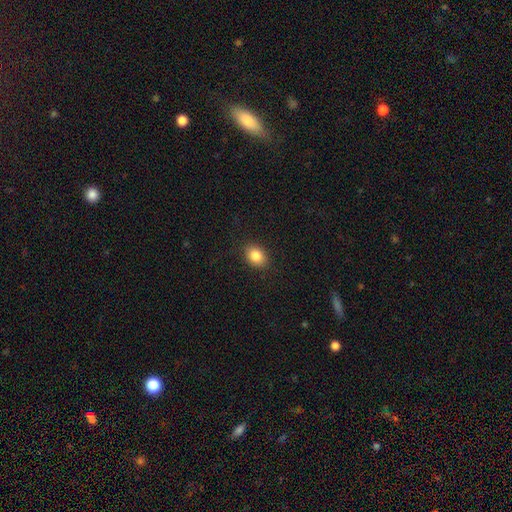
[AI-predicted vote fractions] Morphology: type=smooth (85%); roundness=in between (69%); merging=none (89%).